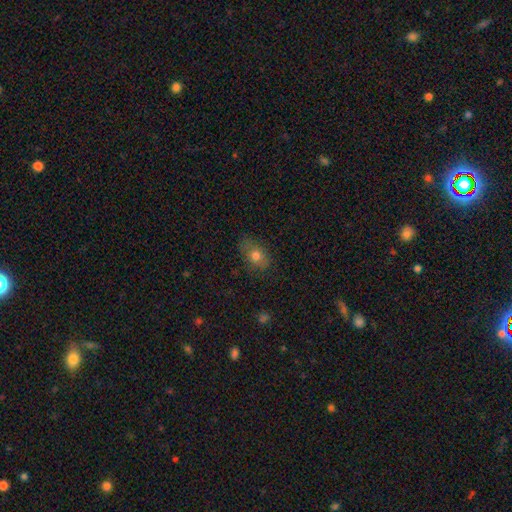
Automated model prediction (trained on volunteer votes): smooth-or-featured: smooth: 73% | featured or disk: 17% | star or artifact: 11%
  how-rounded: in between: 77% | round: 20% | cigar-shaped: 3%
  merging: none: 76% | minor disturbance: 18% | major disturbance: 5% | merger: 1%